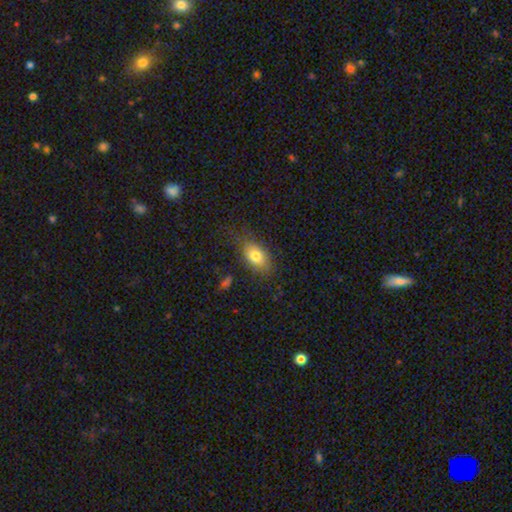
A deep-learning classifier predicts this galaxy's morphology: Smooth or featured?
  - smooth: 77% *
  - featured or disk: 14%
  - star or artifact: 8%
How rounded?
  - in between: 86% *
  - round: 11%
  - cigar-shaped: 3%
Merging?
  - none: 74% *
  - minor disturbance: 18%
  - major disturbance: 6%
  - merger: 2%